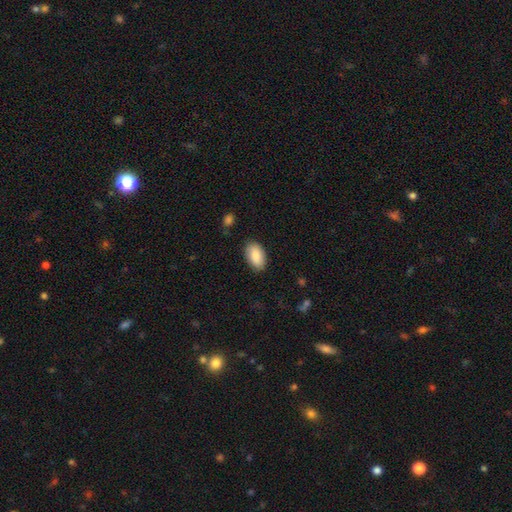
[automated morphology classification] A smooth galaxy with no disk features (87%) that is in between round and cigar-shaped (94%).

Vote fractions:
- Smooth or featured? smooth: 87% / featured or disk: 7% / star or artifact: 6%
- How rounded? in between: 94% / round: 4% / cigar-shaped: 2%
- Merging? none: 85% / minor disturbance: 11% / major disturbance: 2% / merger: 1%